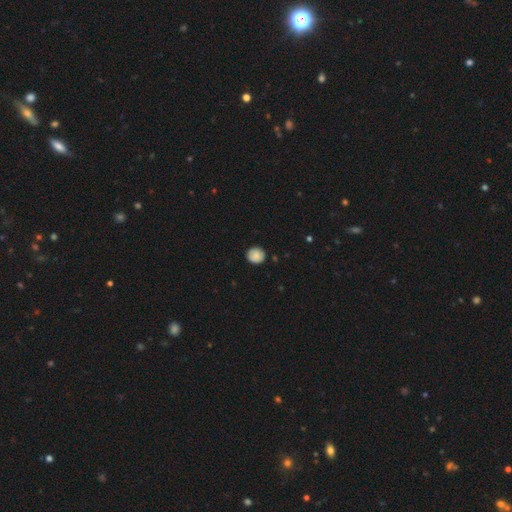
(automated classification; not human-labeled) Smooth or featured?
  - smooth: 81% *
  - featured or disk: 11%
  - star or artifact: 8%
How rounded?
  - round: 84% *
  - in between: 15%
  - cigar-shaped: 1%
Merging?
  - none: 83% *
  - minor disturbance: 13%
  - major disturbance: 2%
  - merger: 1%